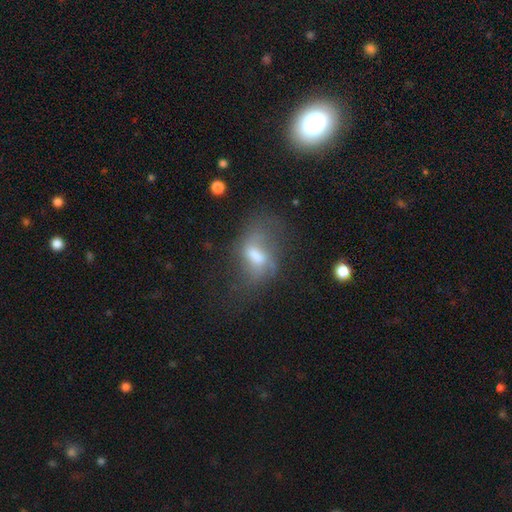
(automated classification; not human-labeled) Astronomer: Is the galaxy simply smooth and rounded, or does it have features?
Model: featured or disk — 53% (runner-up: smooth, 35%).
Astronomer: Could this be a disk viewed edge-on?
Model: no — 93%.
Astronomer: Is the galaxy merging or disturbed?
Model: major disturbance — 37% (runner-up: none, 36%).